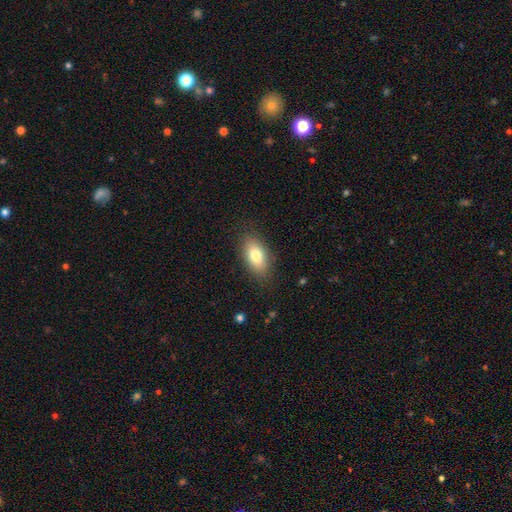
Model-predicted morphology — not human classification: A smooth galaxy with no disk features (79%) that is in between round and cigar-shaped (90%). Merging: none (85%).